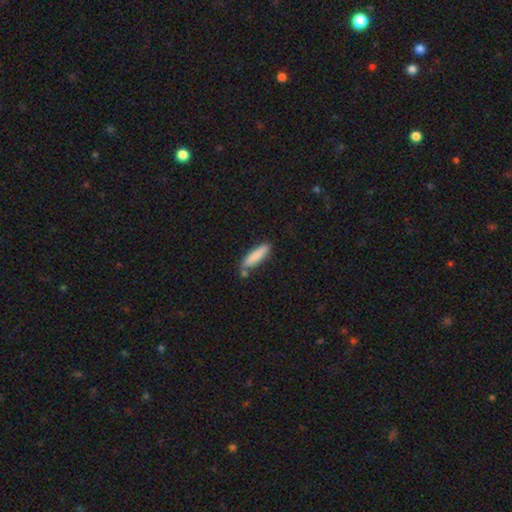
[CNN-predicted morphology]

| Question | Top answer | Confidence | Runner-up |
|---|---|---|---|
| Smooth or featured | smooth | 84% | featured or disk (10%) |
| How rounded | cigar-shaped | 77% | in between (22%) |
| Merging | none | 72% | minor disturbance (17%) |